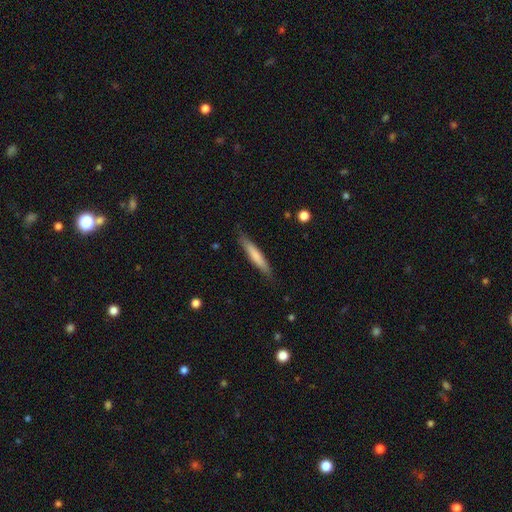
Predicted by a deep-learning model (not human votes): Smooth or featured?
  - smooth: 72% *
  - featured or disk: 23%
  - star or artifact: 5%
How rounded?
  - cigar-shaped: 91% *
  - in between: 8%
  - round: 1%
Merging?
  - none: 85% *
  - minor disturbance: 11%
  - major disturbance: 2%
  - merger: 1%